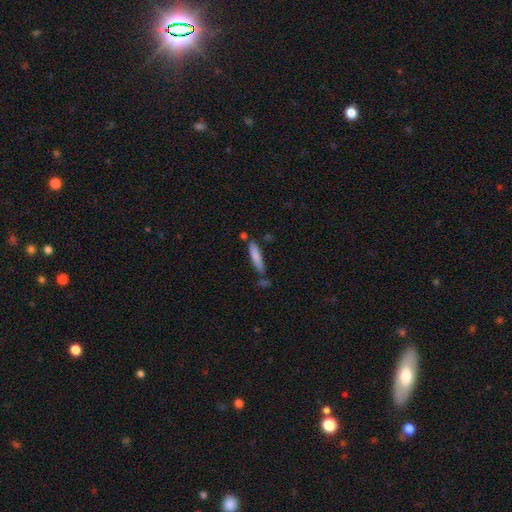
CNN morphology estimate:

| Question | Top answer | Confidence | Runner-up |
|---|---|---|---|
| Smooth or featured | smooth | 79% | featured or disk (14%) |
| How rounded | cigar-shaped | 83% | in between (16%) |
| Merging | none | 68% | minor disturbance (18%) |